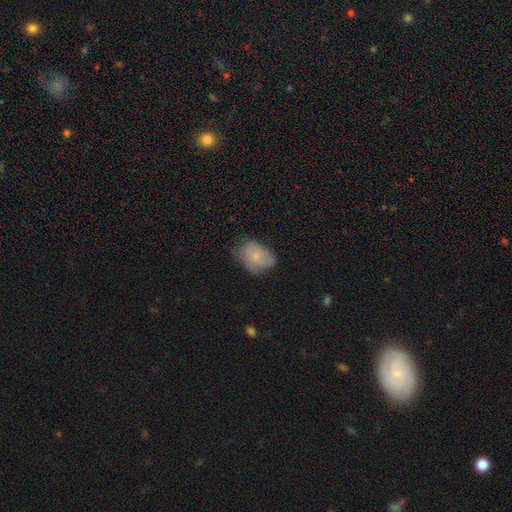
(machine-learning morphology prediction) A smooth galaxy with no disk features (71%) that is in between round and cigar-shaped (71%).

Vote fractions:
- Smooth or featured? smooth: 71% / featured or disk: 21% / star or artifact: 8%
- How rounded? in between: 71% / round: 28% / cigar-shaped: 1%
- Merging? none: 50% / minor disturbance: 36% / major disturbance: 12% / merger: 2%